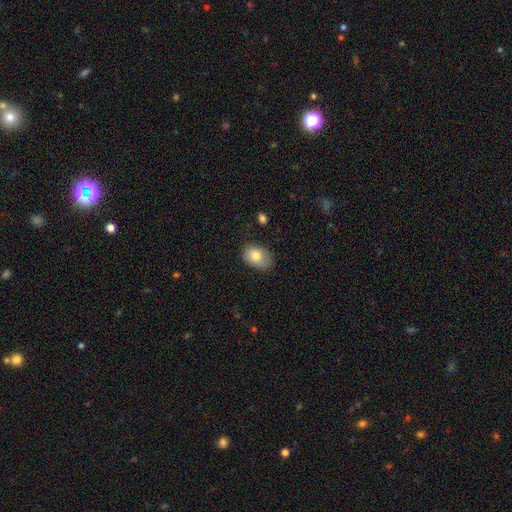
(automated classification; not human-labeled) Smooth or featured: smooth — 82% (featured or disk — 11%)
How rounded: in between — 79% (round — 20%)
Merging: none — 69% (minor disturbance — 25%)